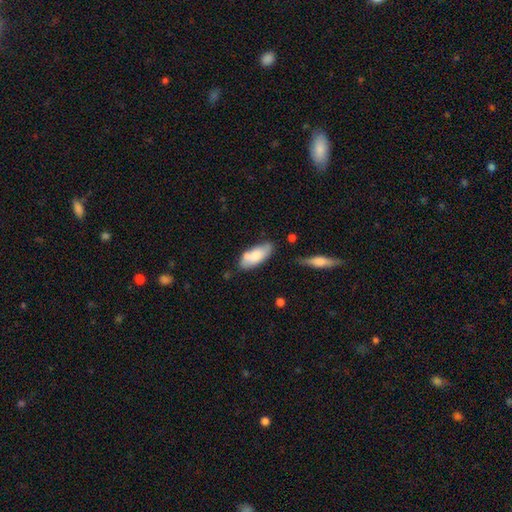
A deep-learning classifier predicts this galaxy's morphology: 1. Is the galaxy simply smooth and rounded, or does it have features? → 72% smooth, 23% featured or disk, 6% star or artifact.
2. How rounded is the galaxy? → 84% in between, 14% cigar-shaped, 2% round.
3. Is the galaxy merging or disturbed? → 63% none, 19% minor disturbance, 13% merger, 4% major disturbance.